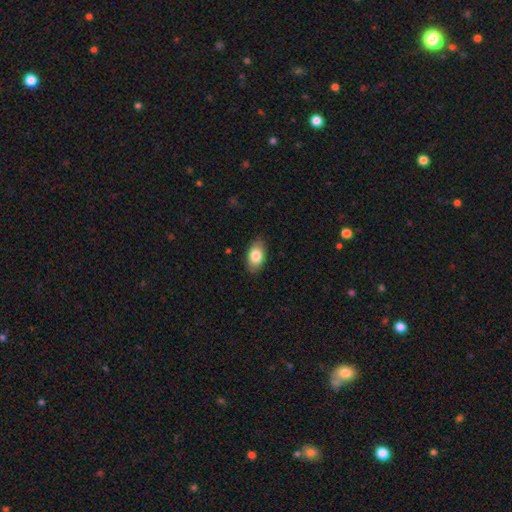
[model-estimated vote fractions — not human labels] A smooth galaxy with no disk features (82%) that is in between round and cigar-shaped (92%).

Vote fractions:
- Smooth or featured? smooth: 82% / featured or disk: 11% / star or artifact: 7%
- How rounded? in between: 92% / round: 6% / cigar-shaped: 2%
- Merging? none: 86% / minor disturbance: 11% / major disturbance: 2% / merger: 1%